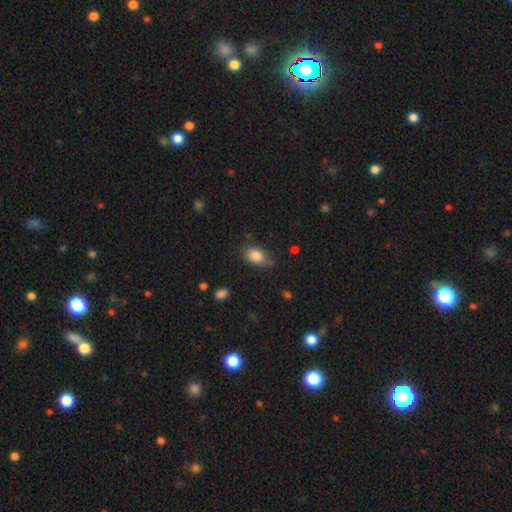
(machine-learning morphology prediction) smooth 85%, star or artifact 9%, featured or disk 6%. Down the decision tree: how rounded — in between (75%); merging — none (70%).